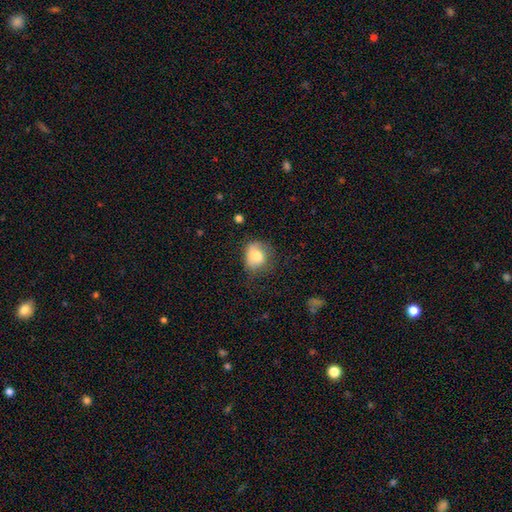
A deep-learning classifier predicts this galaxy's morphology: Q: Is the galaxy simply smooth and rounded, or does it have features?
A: smooth — 76%.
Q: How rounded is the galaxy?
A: round — 53%.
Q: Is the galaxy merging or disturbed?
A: none — 50%.